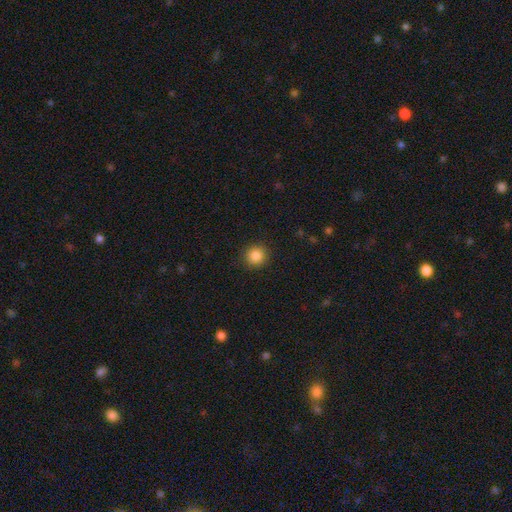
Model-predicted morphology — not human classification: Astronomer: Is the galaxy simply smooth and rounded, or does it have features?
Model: smooth — 86%.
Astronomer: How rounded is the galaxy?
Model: round — 94%.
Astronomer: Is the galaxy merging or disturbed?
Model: none — 91%.